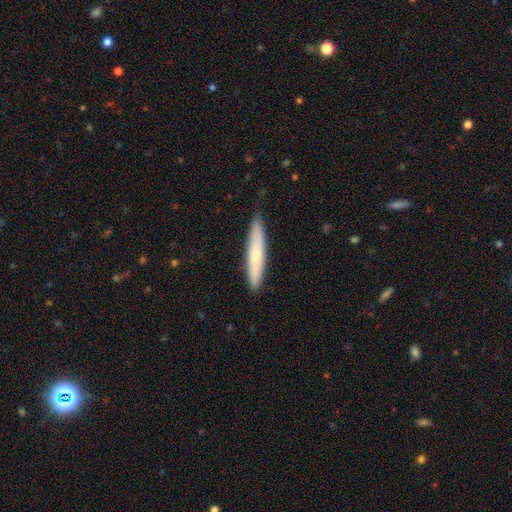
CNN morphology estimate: A smooth galaxy with no disk features (66%) that is cigar-shaped (92%).

Vote fractions:
- Smooth or featured? smooth: 66% / featured or disk: 29% / star or artifact: 6%
- How rounded? cigar-shaped: 92% / in between: 7% / round: 1%
- Merging? none: 83% / minor disturbance: 14% / major disturbance: 2% / merger: 1%